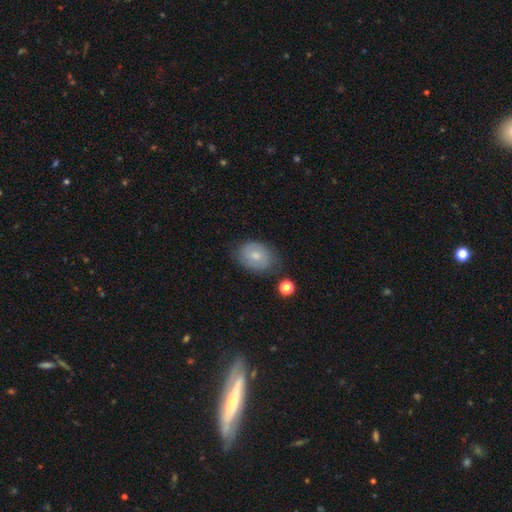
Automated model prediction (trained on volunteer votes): A smooth galaxy with no disk features (57%) that is in between round and cigar-shaped (66%). Merging: none (73%).